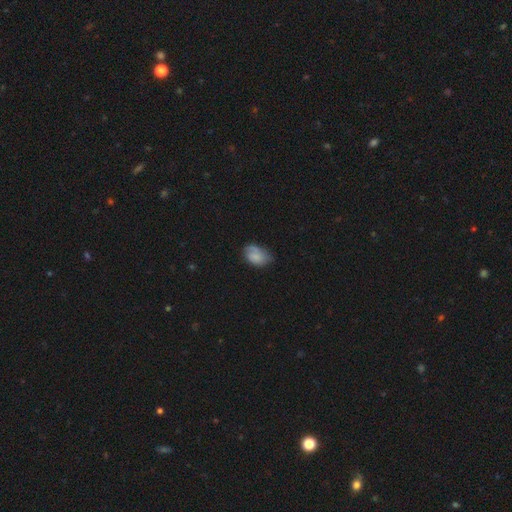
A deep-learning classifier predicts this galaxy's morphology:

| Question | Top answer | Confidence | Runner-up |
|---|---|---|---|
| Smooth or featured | smooth | 70% | featured or disk (22%) |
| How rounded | in between | 87% | round (12%) |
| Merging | none | 51% | minor disturbance (33%) |